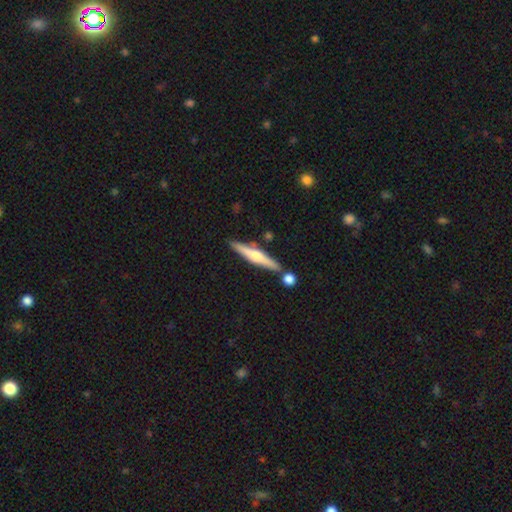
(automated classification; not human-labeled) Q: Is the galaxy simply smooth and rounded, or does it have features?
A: featured or disk — 62%.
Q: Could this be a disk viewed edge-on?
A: yes — 97%.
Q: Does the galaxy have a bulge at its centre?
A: rounded — 89%.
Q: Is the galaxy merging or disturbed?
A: none — 81%.